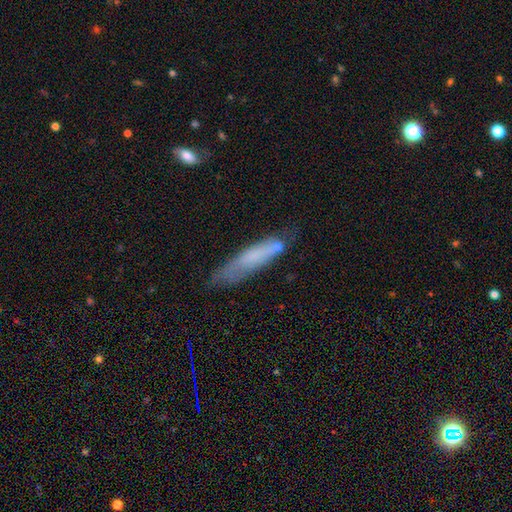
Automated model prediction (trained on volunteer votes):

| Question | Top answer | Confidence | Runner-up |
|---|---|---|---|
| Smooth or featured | smooth | 64% | featured or disk (28%) |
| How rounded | cigar-shaped | 82% | in between (17%) |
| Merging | none | 62% | minor disturbance (26%) |